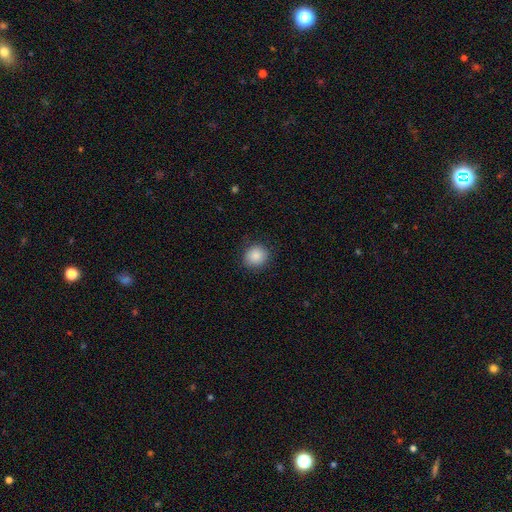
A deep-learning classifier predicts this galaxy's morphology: Smooth or featured? Predicted: smooth (p=0.87). How rounded? Predicted: round (p=0.83). Merging? Predicted: none (p=0.87).